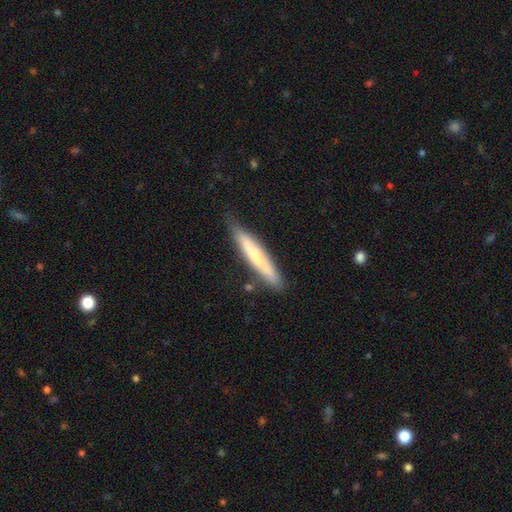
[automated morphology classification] Smooth or featured: smooth — 61% (featured or disk — 33%)
How rounded: cigar-shaped — 93% (in between — 6%)
Merging: none — 76% (minor disturbance — 18%)